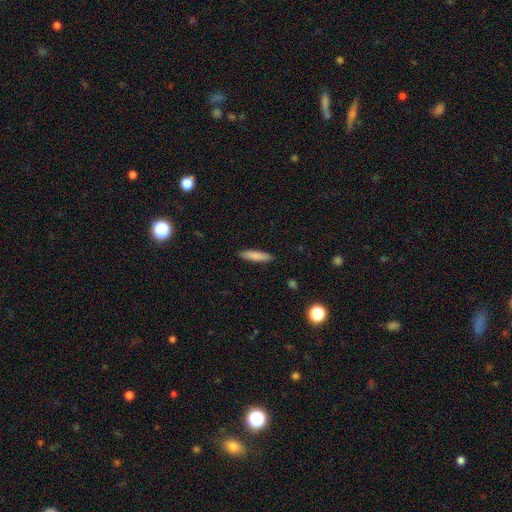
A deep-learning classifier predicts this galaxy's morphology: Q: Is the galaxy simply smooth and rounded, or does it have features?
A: smooth — 84%.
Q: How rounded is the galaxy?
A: cigar-shaped — 83%.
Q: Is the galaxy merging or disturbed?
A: none — 90%.